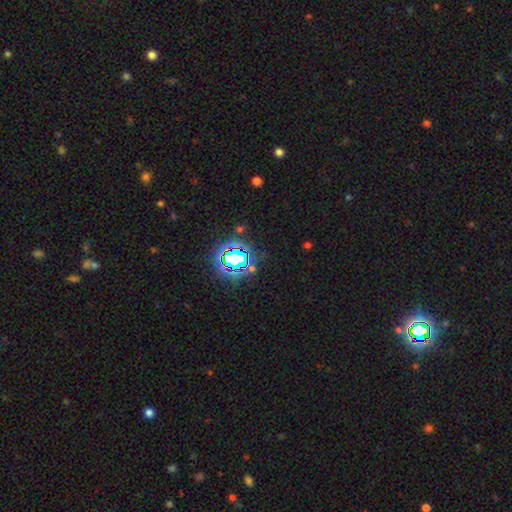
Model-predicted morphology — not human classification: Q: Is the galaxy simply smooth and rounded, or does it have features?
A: star or artifact — 78%.